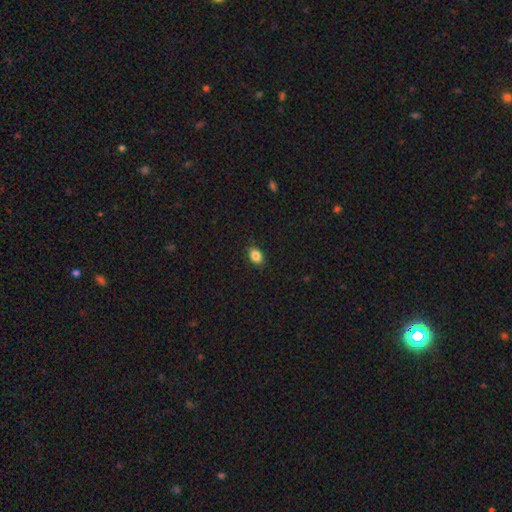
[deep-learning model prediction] smooth-or-featured: smooth: 86% | star or artifact: 9% | featured or disk: 5%
  how-rounded: in between: 74% | round: 24% | cigar-shaped: 1%
  merging: none: 87% | minor disturbance: 10% | major disturbance: 2% | merger: 1%